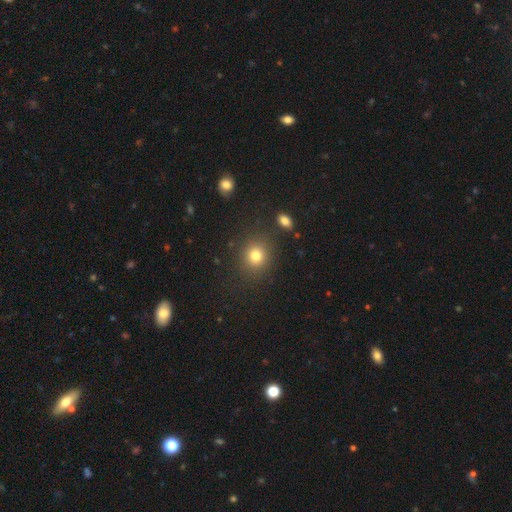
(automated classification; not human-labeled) Morphology: type=smooth (80%); roundness=round (80%); merging=none (85%).